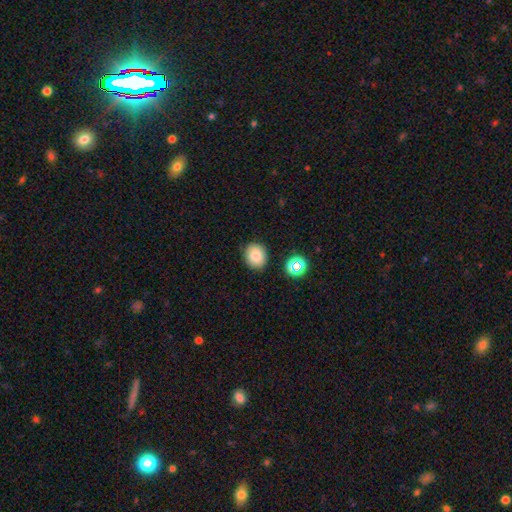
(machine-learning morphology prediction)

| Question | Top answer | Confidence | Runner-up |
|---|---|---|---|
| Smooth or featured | smooth | 81% | star or artifact (11%) |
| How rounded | round | 73% | in between (26%) |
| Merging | none | 84% | minor disturbance (10%) |